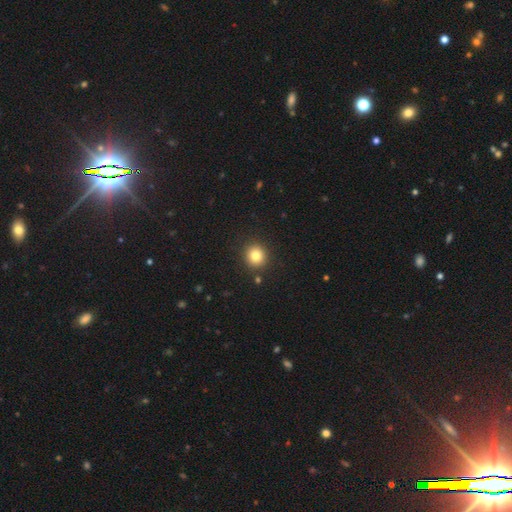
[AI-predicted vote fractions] Smooth or featured: smooth — 82% (star or artifact — 12%)
How rounded: round — 91% (in between — 8%)
Merging: none — 90% (minor disturbance — 6%)